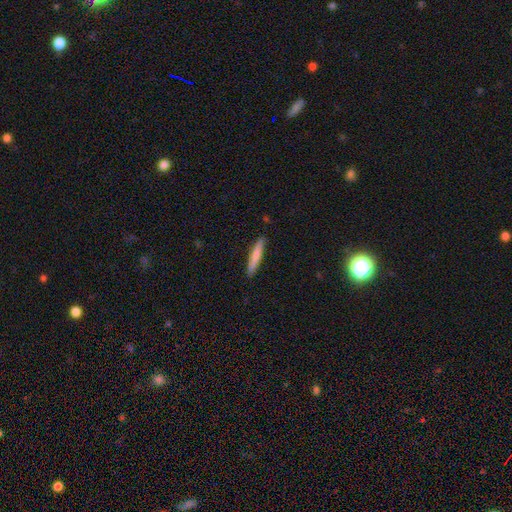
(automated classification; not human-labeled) smooth 73%, featured or disk 22%, star or artifact 5%. Down the decision tree: how rounded — cigar-shaped (93%); merging — none (89%).